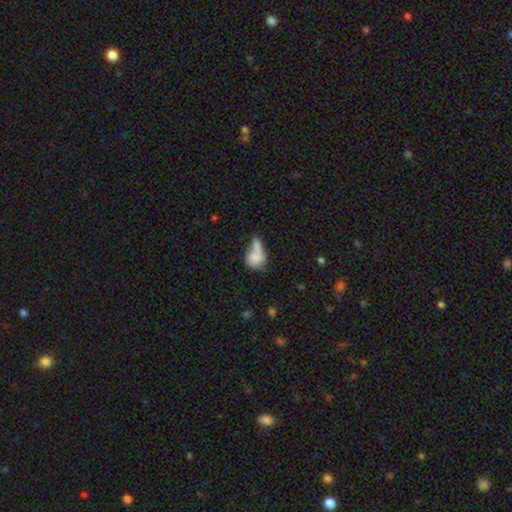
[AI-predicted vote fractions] A smooth galaxy with no disk features (75%) that is round (49%).

Vote fractions:
- Smooth or featured? smooth: 75% / featured or disk: 16% / star or artifact: 9%
- How rounded? round: 49% / in between: 48% / cigar-shaped: 3%
- Merging? merger: 57% / none: 20% / minor disturbance: 13% / major disturbance: 10%